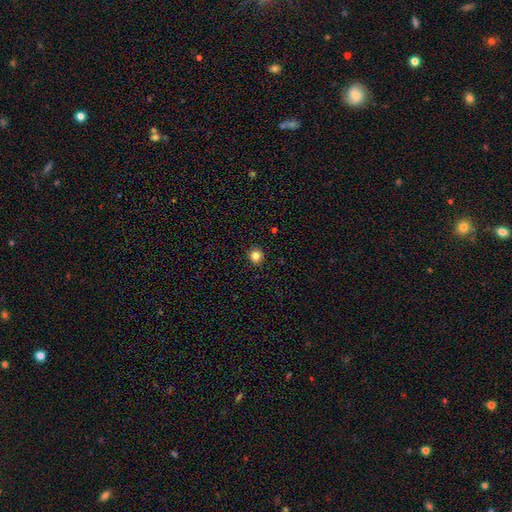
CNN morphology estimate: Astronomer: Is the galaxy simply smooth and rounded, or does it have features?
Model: smooth — 82%.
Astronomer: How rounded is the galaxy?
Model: round — 93%.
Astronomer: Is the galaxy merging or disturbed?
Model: none — 93%.